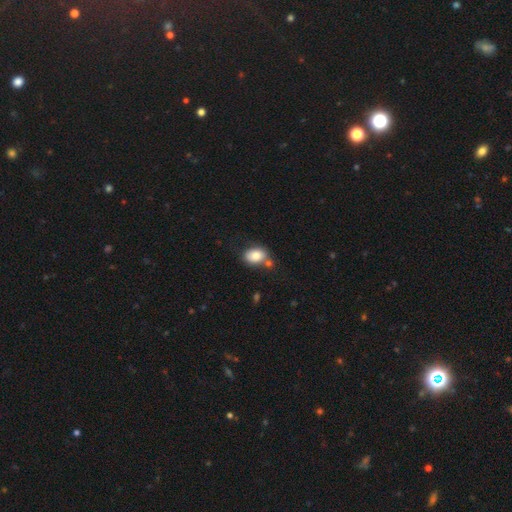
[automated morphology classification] Smooth or featured? Predicted: smooth (p=0.81). How rounded? Predicted: in between (p=0.73). Merging? Predicted: none (p=0.60).